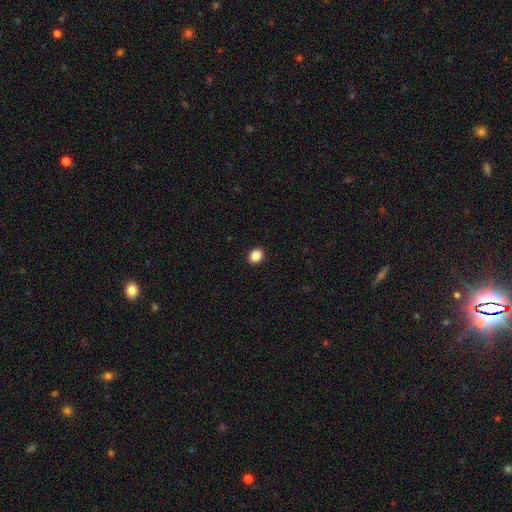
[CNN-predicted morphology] Smooth or featured? smooth (87%)
How rounded? round (53%)
Merging? none (92%)